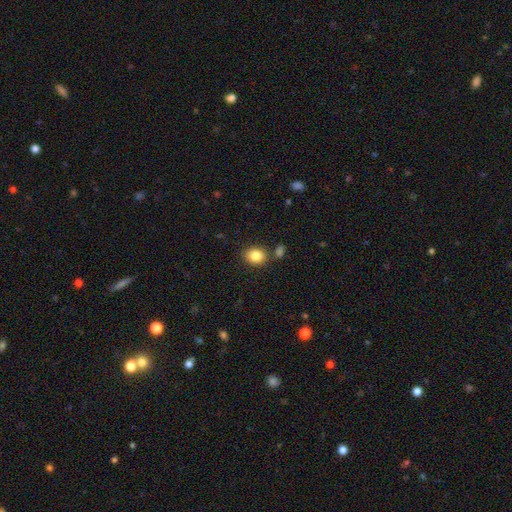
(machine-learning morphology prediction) Overall: smooth (85%). How rounded: round (56%; in between 43%). Merging: none (79%).